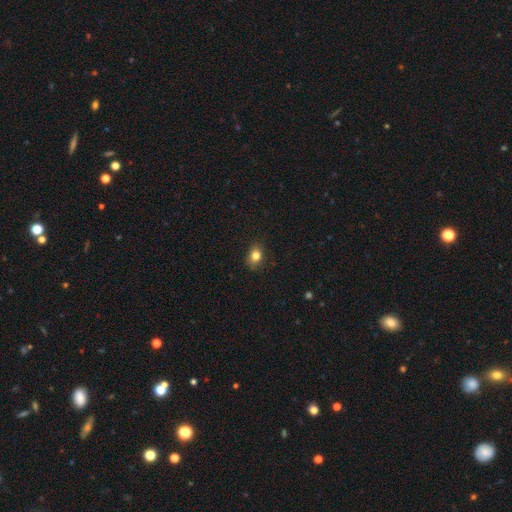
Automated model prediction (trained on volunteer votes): Smooth or featured?
  - smooth: 81% *
  - star or artifact: 11%
  - featured or disk: 8%
How rounded?
  - in between: 59% *
  - round: 40%
  - cigar-shaped: 1%
Merging?
  - none: 84% *
  - minor disturbance: 12%
  - major disturbance: 3%
  - merger: 1%